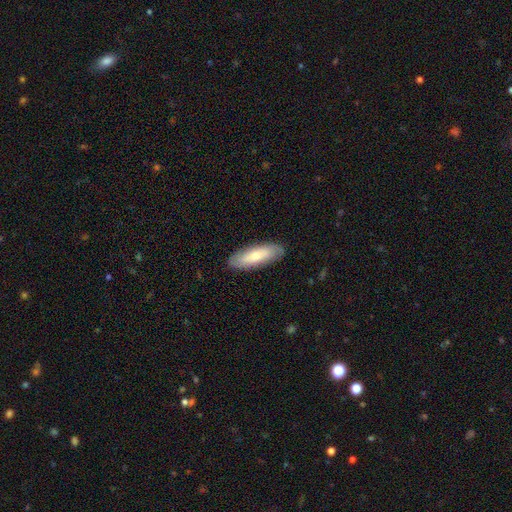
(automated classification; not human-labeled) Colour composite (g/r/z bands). It shows a smooth galaxy with no disk features (63%) that is in between round and cigar-shaped (55%). Merging: none (87%).